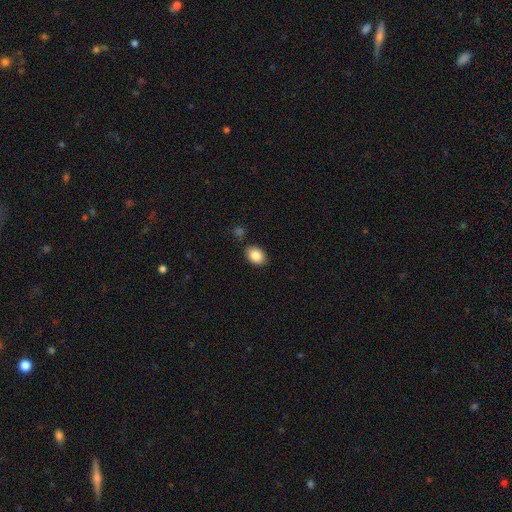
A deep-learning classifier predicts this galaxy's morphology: smooth_or_featured: smooth (p=0.86) [alt: star or artifact p=0.08]
how_rounded: in between (p=0.76) [alt: round p=0.23]
merging: none (p=0.83) [alt: minor disturbance p=0.11]